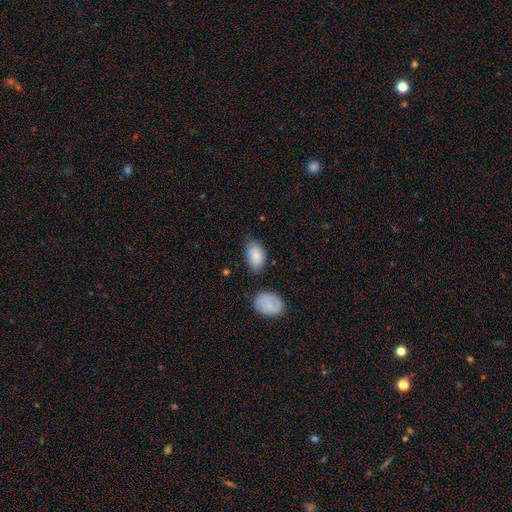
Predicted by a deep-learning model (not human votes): A smooth galaxy with no disk features (83%) that is in between round and cigar-shaped (92%).

Vote fractions:
- Smooth or featured? smooth: 83% / featured or disk: 11% / star or artifact: 7%
- How rounded? in between: 92% / round: 7% / cigar-shaped: 2%
- Merging? none: 65% / minor disturbance: 24% / merger: 6% / major disturbance: 5%